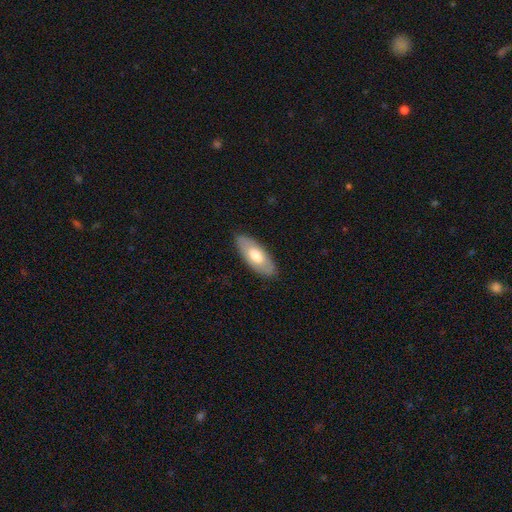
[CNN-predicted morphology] Smooth or featured? smooth (65%)
How rounded? in between (85%)
Merging? none (85%)